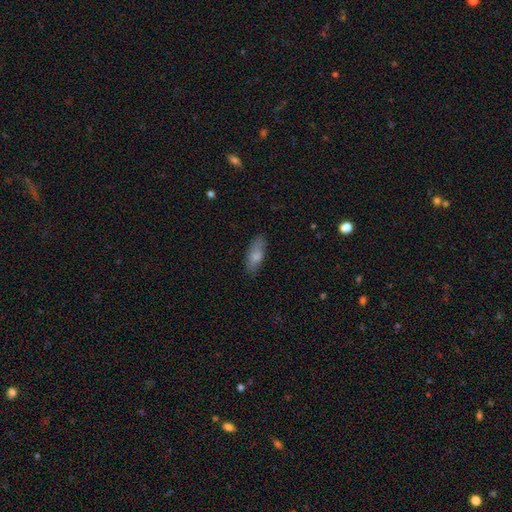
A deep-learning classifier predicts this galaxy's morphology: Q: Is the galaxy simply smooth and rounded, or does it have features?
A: smooth — 79%.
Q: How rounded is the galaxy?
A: in between — 78%.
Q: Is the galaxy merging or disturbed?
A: none — 81%.